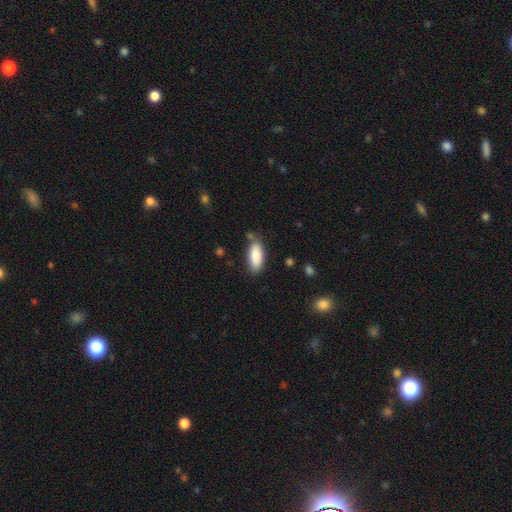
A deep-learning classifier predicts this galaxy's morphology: Smooth or featured? smooth (86%)
How rounded? in between (81%)
Merging? none (75%)